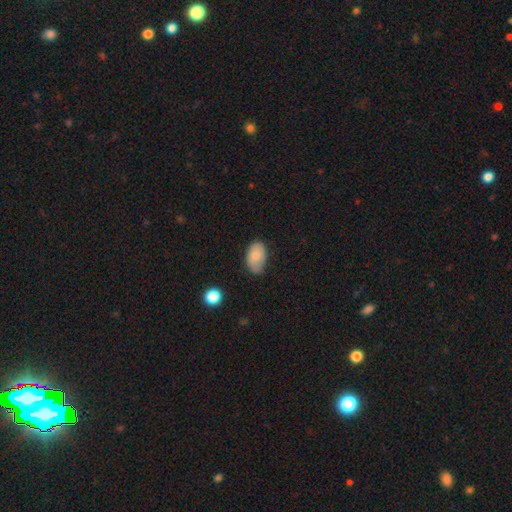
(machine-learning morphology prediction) Smooth or featured? smooth (77%)
How rounded? in between (91%)
Merging? none (60%)